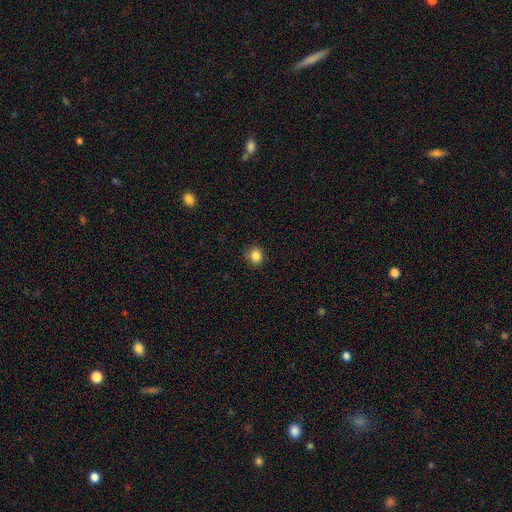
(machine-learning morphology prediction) This is clearly a smooth galaxy (85%). How rounded: clearly round (85%). Merging: clearly none (85%).